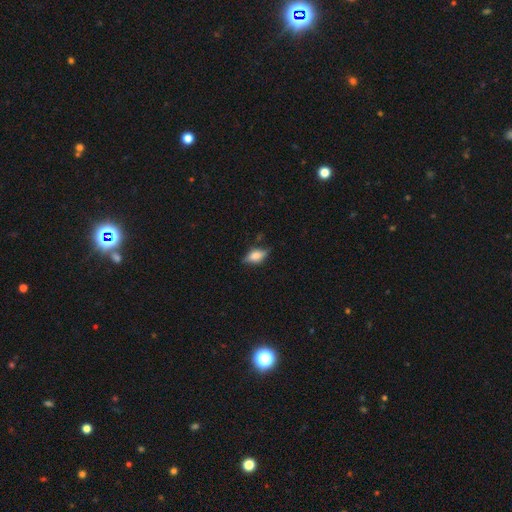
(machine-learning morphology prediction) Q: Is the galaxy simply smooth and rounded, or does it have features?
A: smooth — 59%.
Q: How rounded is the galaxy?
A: in between — 83%.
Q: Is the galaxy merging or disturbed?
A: none — 70%.